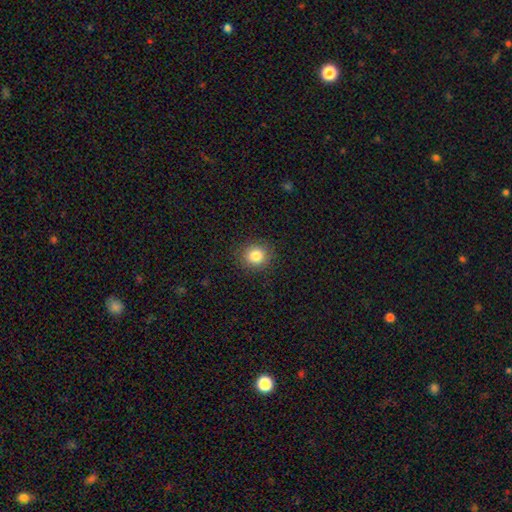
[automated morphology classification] smooth_or_featured: smooth (p=0.83) [alt: star or artifact p=0.11]
how_rounded: round (p=0.88) [alt: in between p=0.11]
merging: none (p=0.89) [alt: minor disturbance p=0.07]